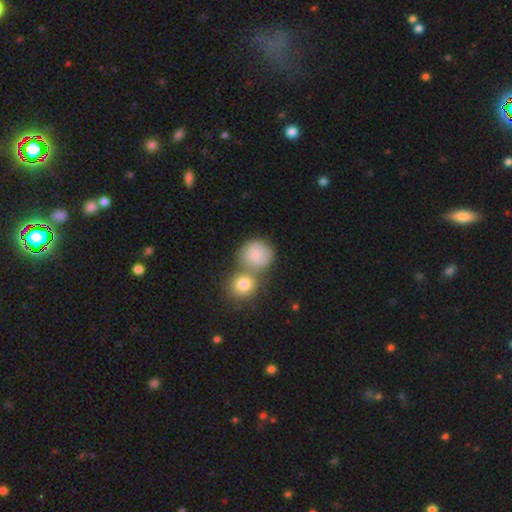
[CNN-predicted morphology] Overall: smooth (77%). How rounded: round (85%). Merging: none (45%; merger 39%).